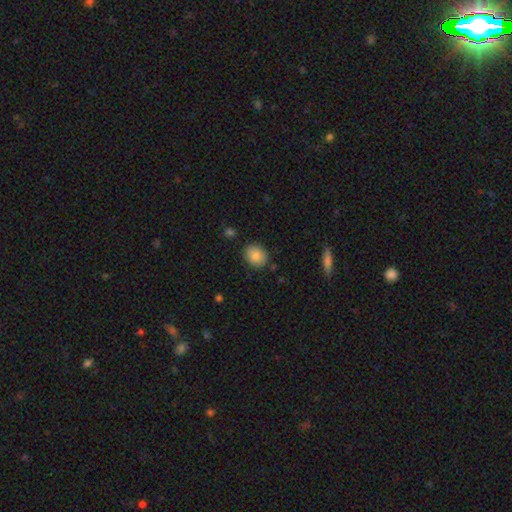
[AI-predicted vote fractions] Smooth or featured?
  - smooth: 85% *
  - star or artifact: 8%
  - featured or disk: 7%
How rounded?
  - round: 58% *
  - in between: 41%
  - cigar-shaped: 1%
Merging?
  - none: 85% *
  - minor disturbance: 10%
  - major disturbance: 2%
  - merger: 2%